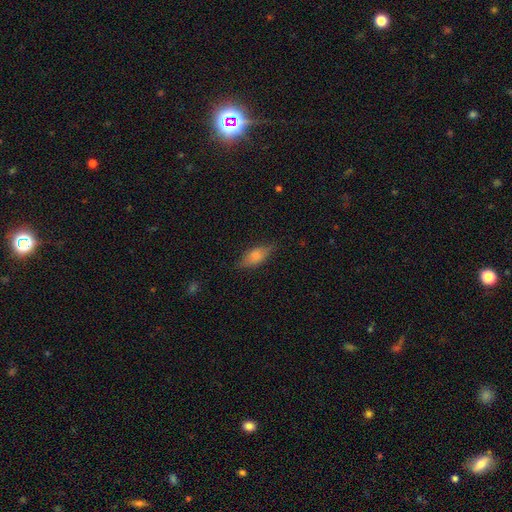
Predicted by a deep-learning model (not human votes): smooth-or-featured: smooth: 71% | featured or disk: 20% | star or artifact: 8%
  how-rounded: in between: 80% | cigar-shaped: 17% | round: 3%
  merging: none: 75% | minor disturbance: 19% | major disturbance: 5% | merger: 1%